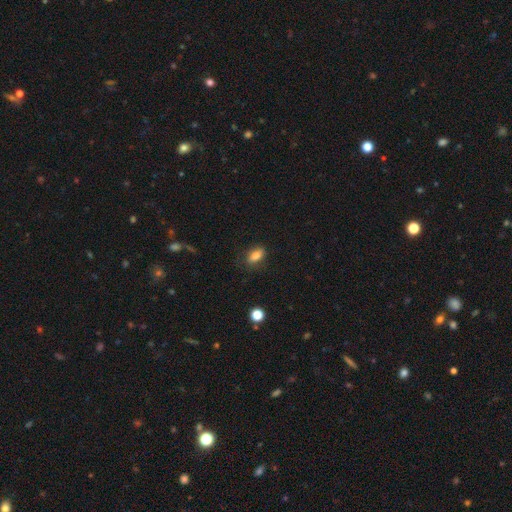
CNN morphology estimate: Overall: smooth (83%). How rounded: in between (86%). Merging: none (75%).